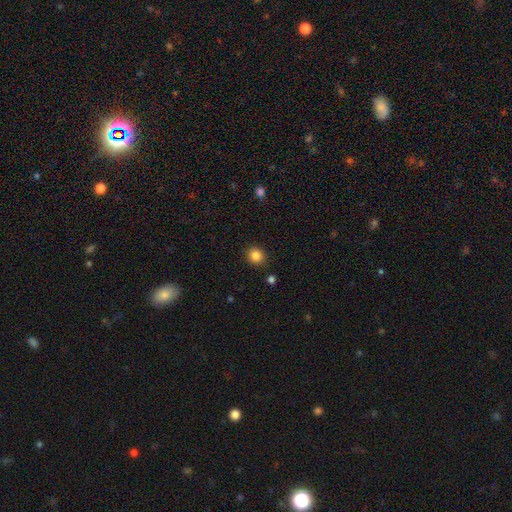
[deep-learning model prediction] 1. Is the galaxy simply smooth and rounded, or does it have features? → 85% smooth, 11% star or artifact, 4% featured or disk.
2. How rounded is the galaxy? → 78% round, 21% in between, 1% cigar-shaped.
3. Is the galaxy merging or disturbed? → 88% none, 7% minor disturbance, 2% major disturbance, 2% merger.